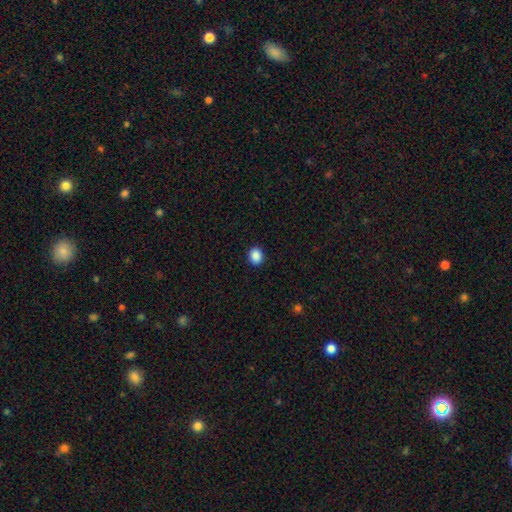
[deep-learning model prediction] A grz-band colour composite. It shows a smooth galaxy with no disk features (89%) that is round (72%). Merging: none (92%).